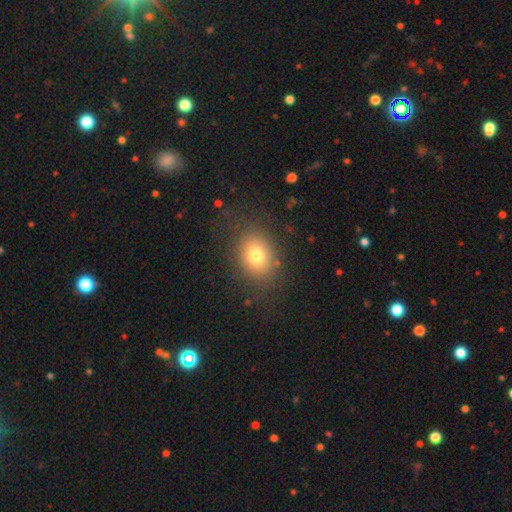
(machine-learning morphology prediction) This appears to be a smooth galaxy with no disk features (75%) that is in between round and cigar-shaped (56%). Merging: none (82%).